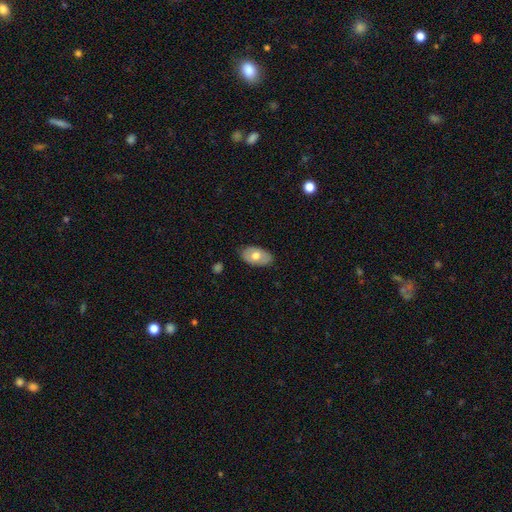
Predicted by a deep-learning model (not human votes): The model was most divided on "smooth or featured": smooth: 61%, featured or disk: 33%, star or artifact: 6%. More confident: how rounded — in between (92%); merging — none (83%).